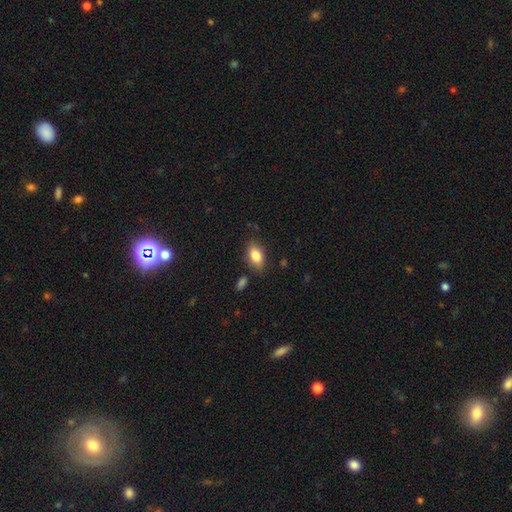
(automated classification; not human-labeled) smooth 84%, featured or disk 9%, star or artifact 7%. Down the decision tree: how rounded — in between (89%); merging — none (80%).